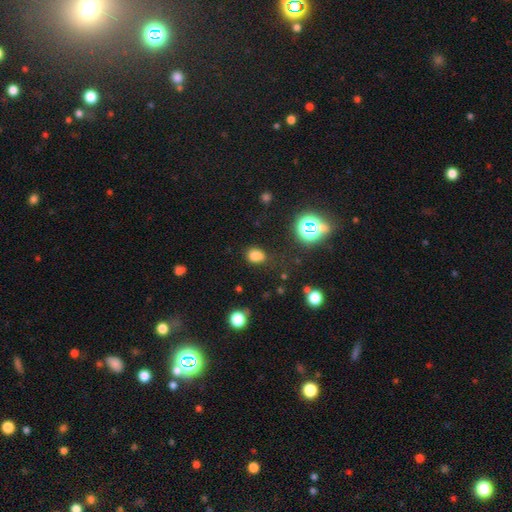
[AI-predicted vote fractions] Smooth or featured?
  - smooth: 74% *
  - star or artifact: 19%
  - featured or disk: 7%
How rounded?
  - in between: 60% *
  - round: 39%
  - cigar-shaped: 1%
Merging?
  - none: 69% *
  - minor disturbance: 18%
  - merger: 6%
  - major disturbance: 6%